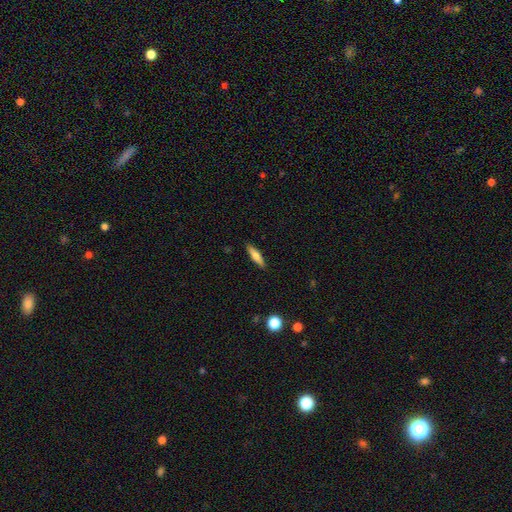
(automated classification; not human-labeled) A smooth galaxy with no disk features (62%) that is cigar-shaped (74%).

Vote fractions:
- Smooth or featured? smooth: 62% / featured or disk: 32% / star or artifact: 6%
- How rounded? cigar-shaped: 74% / in between: 24% / round: 2%
- Merging? none: 88% / minor disturbance: 9% / major disturbance: 2% / merger: 1%